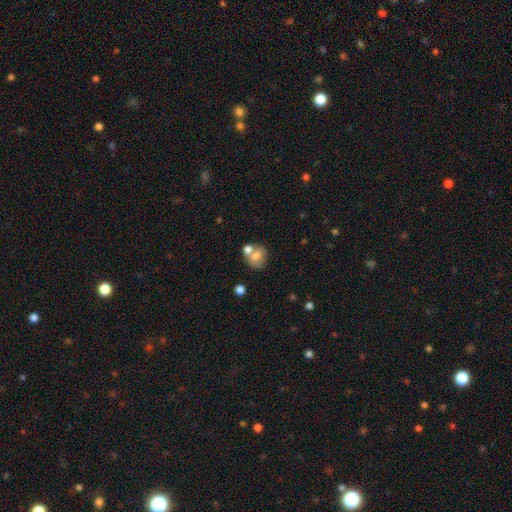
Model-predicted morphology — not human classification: The model was most divided on "merging": merger: 42%, none: 40%, minor disturbance: 12%, major disturbance: 5%. More confident: smooth or featured — smooth (70%); how rounded — round (61%).